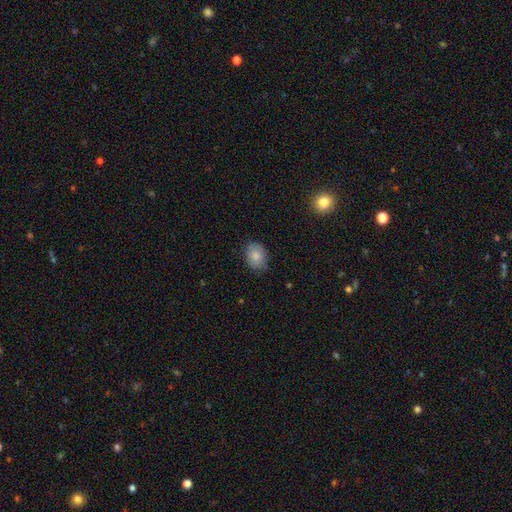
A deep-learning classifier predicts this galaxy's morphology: A smooth galaxy with no disk features (82%) that is in between round and cigar-shaped (68%).

Vote fractions:
- Smooth or featured? smooth: 82% / featured or disk: 11% / star or artifact: 7%
- How rounded? in between: 68% / round: 31% / cigar-shaped: 1%
- Merging? none: 78% / minor disturbance: 17% / major disturbance: 3% / merger: 1%